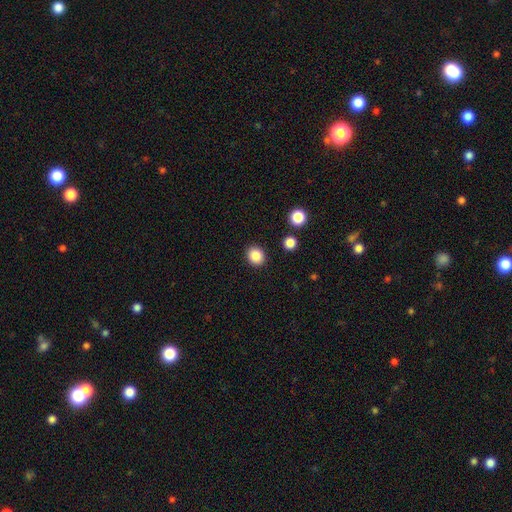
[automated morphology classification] Overall: smooth (86%). How rounded: round (73%). Merging: none (90%).